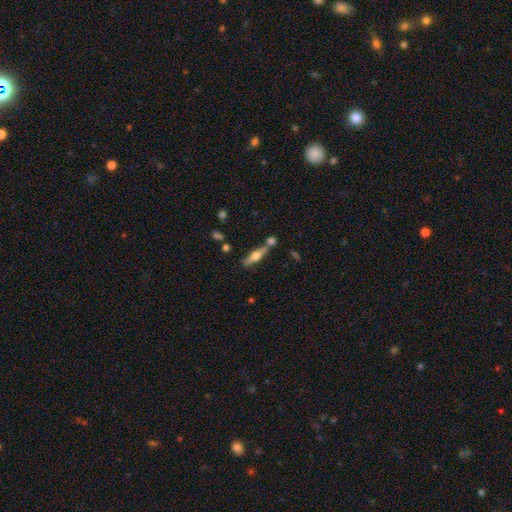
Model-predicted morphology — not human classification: The model was most divided on "smooth or featured": featured or disk: 58%, smooth: 36%, star or artifact: 7%. More confident: edge-on bulge — rounded (93%); edge-on disk — yes (93%); merging — none (66%).